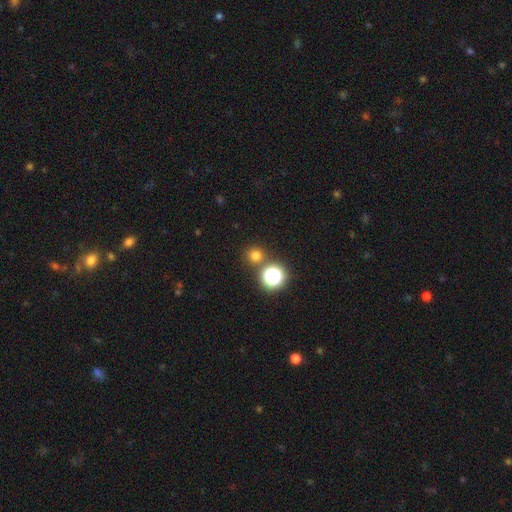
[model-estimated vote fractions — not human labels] A smooth galaxy with no disk features (71%) that is round (92%).

Vote fractions:
- Smooth or featured? smooth: 71% / star or artifact: 23% / featured or disk: 6%
- How rounded? round: 92% / in between: 7% / cigar-shaped: 1%
- Merging? none: 81% / merger: 10% / minor disturbance: 6% / major disturbance: 3%